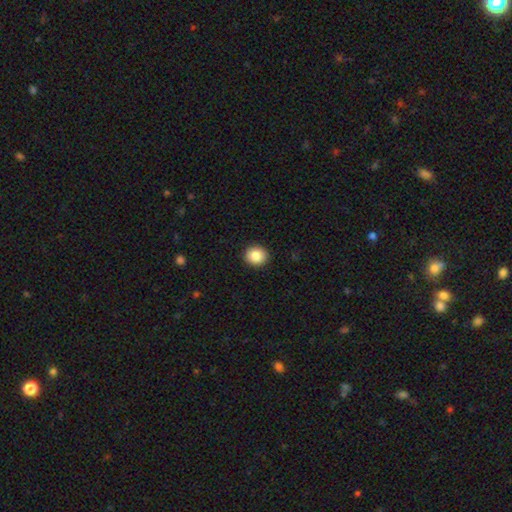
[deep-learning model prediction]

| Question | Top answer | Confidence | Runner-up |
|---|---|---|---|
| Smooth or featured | smooth | 86% | star or artifact (8%) |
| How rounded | round | 81% | in between (18%) |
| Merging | none | 92% | minor disturbance (5%) |